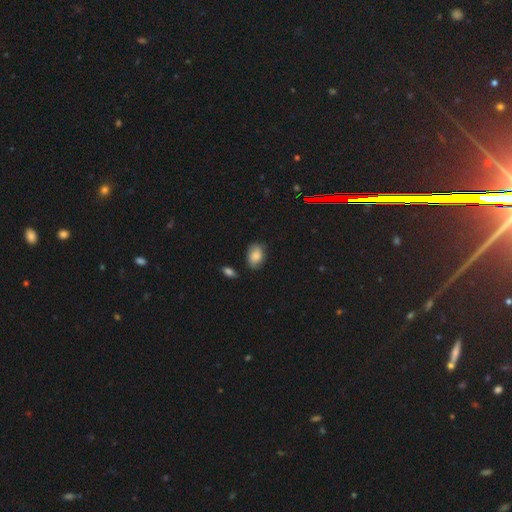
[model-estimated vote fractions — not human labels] The model was most divided on "merging": none: 68%, minor disturbance: 24%, major disturbance: 5%, merger: 3%. More confident: how rounded — in between (83%); smooth or featured — smooth (74%).